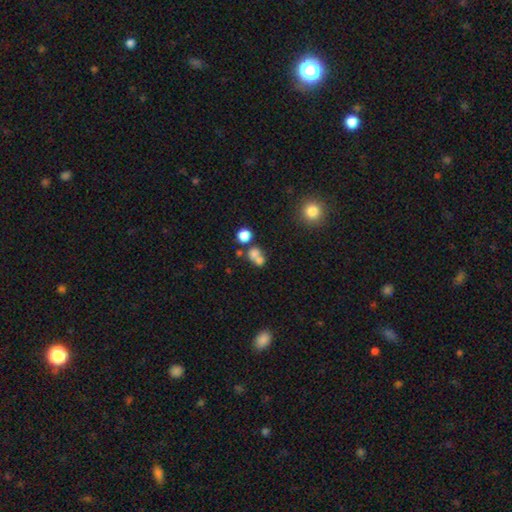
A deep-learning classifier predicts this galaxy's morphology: Smooth or featured? Predicted: smooth (p=0.71). How rounded? Predicted: round (p=0.68). Merging? Predicted: merger (p=0.57).